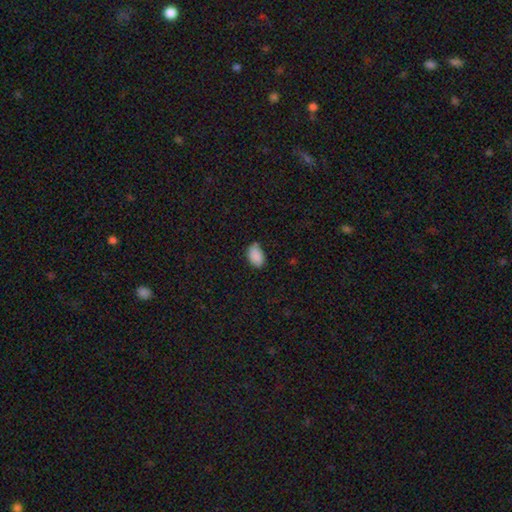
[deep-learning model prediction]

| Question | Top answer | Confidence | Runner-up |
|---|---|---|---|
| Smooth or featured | smooth | 89% | star or artifact (8%) |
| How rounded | in between | 90% | round (9%) |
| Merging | none | 69% | minor disturbance (25%) |